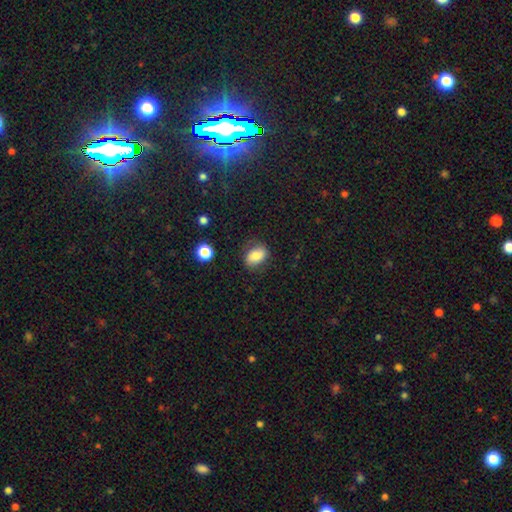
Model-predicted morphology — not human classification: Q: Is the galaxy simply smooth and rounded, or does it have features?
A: smooth — 75%.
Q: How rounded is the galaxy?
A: in between — 81%.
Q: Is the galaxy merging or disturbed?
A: none — 71%.